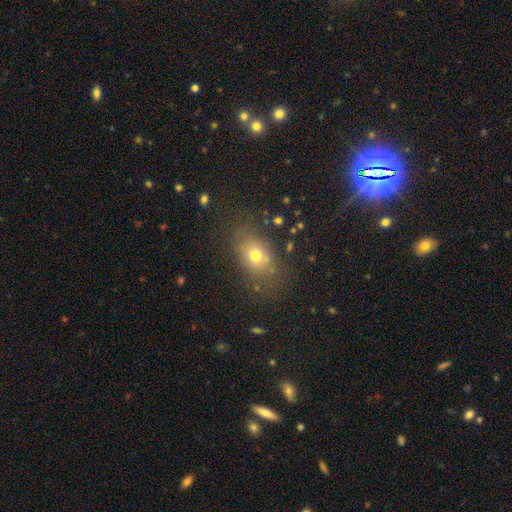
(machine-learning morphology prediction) A smooth galaxy with no disk features (71%) that is in between round and cigar-shaped (72%).

Vote fractions:
- Smooth or featured? smooth: 71% / featured or disk: 15% / star or artifact: 14%
- How rounded? in between: 72% / round: 26% / cigar-shaped: 2%
- Merging? none: 75% / minor disturbance: 15% / major disturbance: 7% / merger: 3%